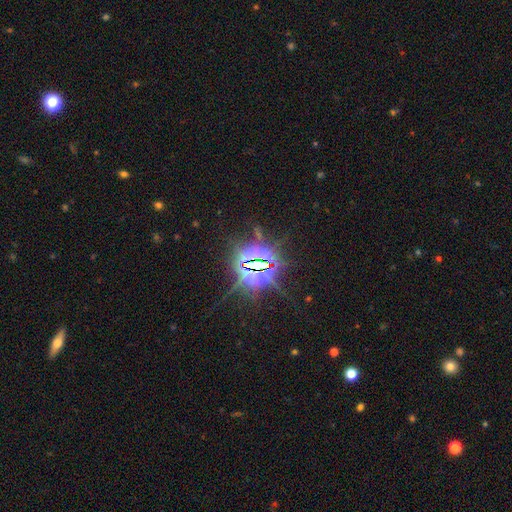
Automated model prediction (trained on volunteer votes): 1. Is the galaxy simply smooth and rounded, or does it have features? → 84% star or artifact, 8% featured or disk, 8% smooth.